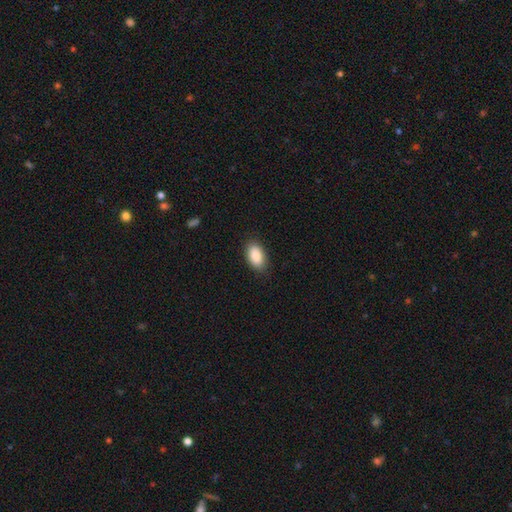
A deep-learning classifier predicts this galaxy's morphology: Q: Smooth or featured?
A: smooth (89%); runner-up: star or artifact (6%)
Q: How rounded?
A: in between (94%); runner-up: round (5%)
Q: Merging?
A: none (88%); runner-up: minor disturbance (9%)